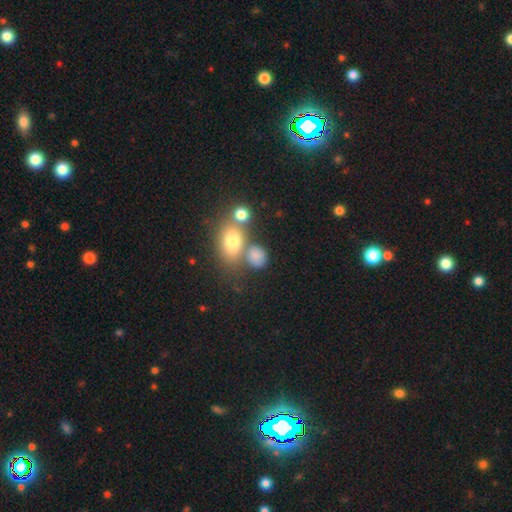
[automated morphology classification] This is likely a smooth galaxy (78%). How rounded: possibly round (54%). Merging: possibly none (53%).